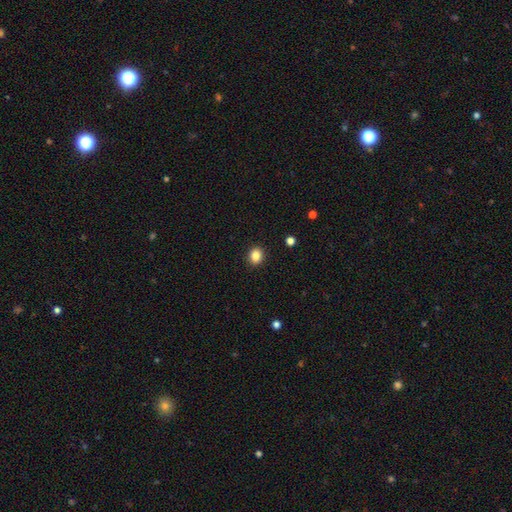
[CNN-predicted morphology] smooth_or_featured: smooth (p=0.85) [alt: star or artifact p=0.11]
how_rounded: round (p=0.72) [alt: in between p=0.28]
merging: none (p=0.92) [alt: minor disturbance p=0.05]